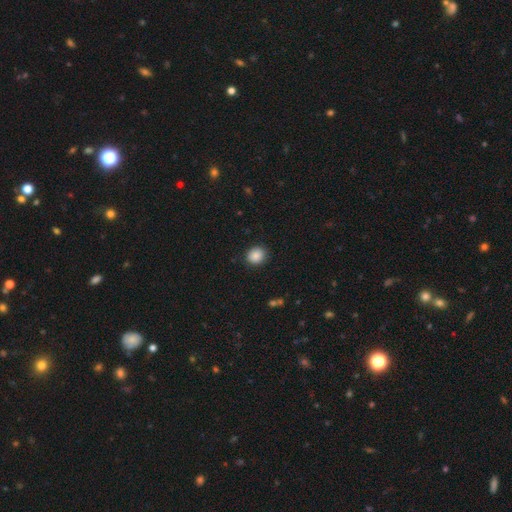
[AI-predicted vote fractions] smooth 88%, star or artifact 9%, featured or disk 3%. Down the decision tree: how rounded — round (74%); merging — none (88%).